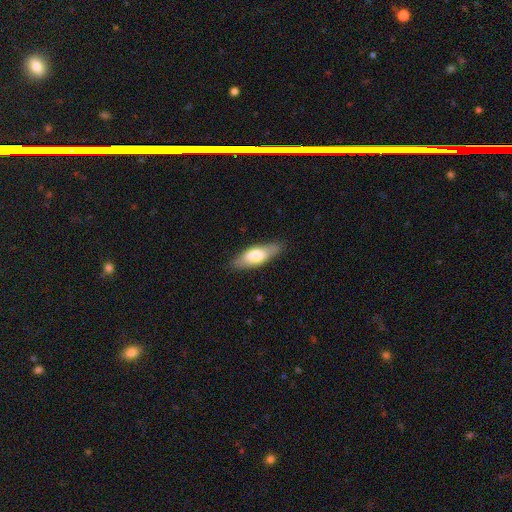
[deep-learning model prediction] The model was most divided on "how rounded": in between: 66%, cigar-shaped: 31%, round: 2%. More confident: merging — none (83%); smooth or featured — smooth (67%).